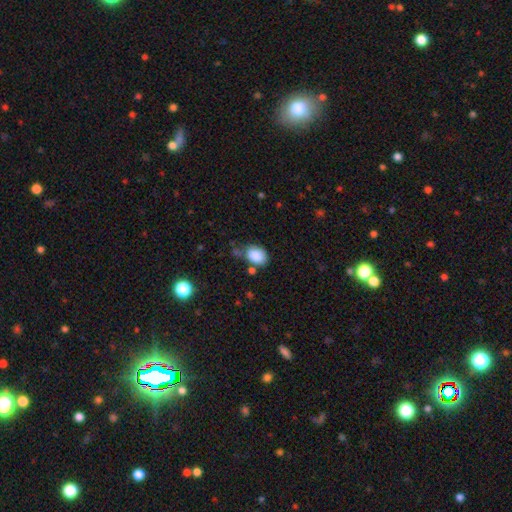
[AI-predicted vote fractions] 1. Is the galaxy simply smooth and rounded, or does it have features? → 86% smooth, 8% star or artifact, 5% featured or disk.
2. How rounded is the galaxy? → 72% in between, 27% round, 1% cigar-shaped.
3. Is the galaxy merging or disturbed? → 61% none, 22% minor disturbance, 10% merger, 6% major disturbance.